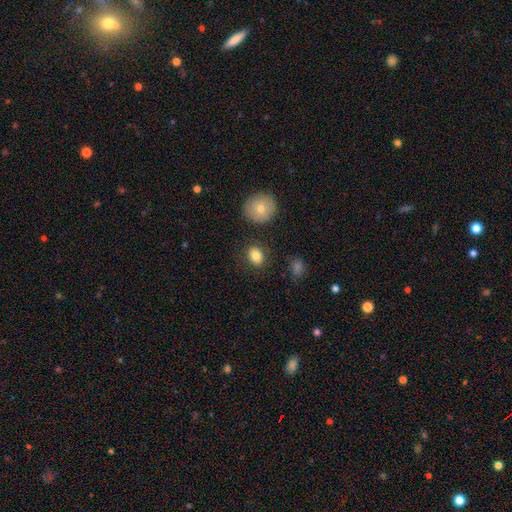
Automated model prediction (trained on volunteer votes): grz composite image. It shows a smooth galaxy with no disk features (82%) that is in between round and cigar-shaped (52%). Merging: none (84%).